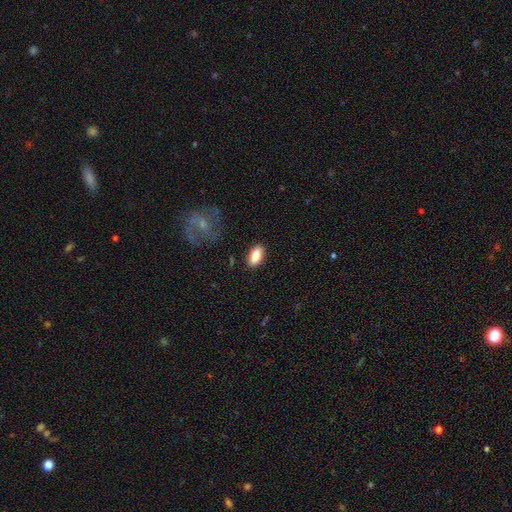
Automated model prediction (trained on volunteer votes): A smooth galaxy with no disk features (81%) that is in between round and cigar-shaped (89%). Merging: none (88%).